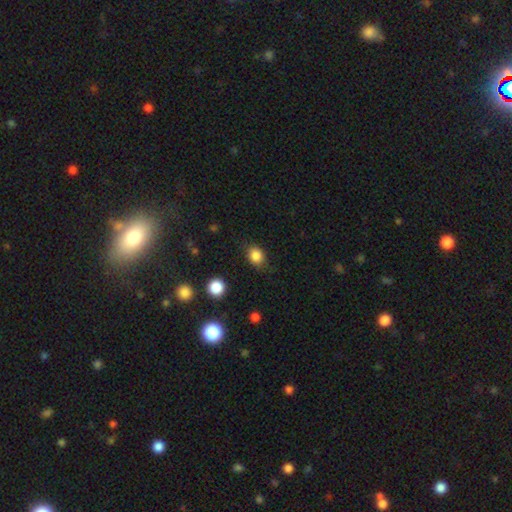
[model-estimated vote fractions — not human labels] Morphology: type=smooth (85%); roundness=round (51%); merging=none (79%).